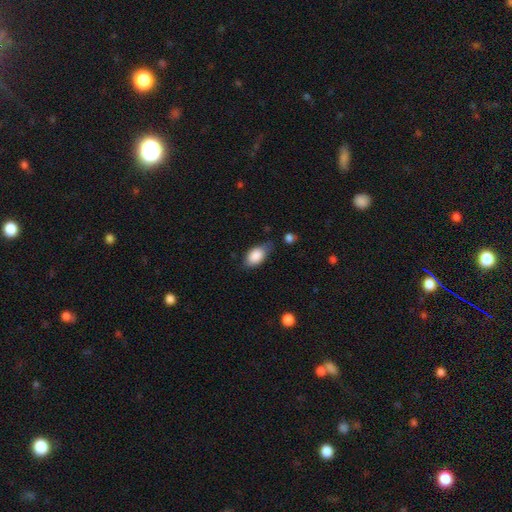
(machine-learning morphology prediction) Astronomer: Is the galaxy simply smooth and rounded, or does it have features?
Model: smooth — 87%.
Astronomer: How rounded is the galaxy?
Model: in between — 92%.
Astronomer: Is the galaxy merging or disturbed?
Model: none — 62%.